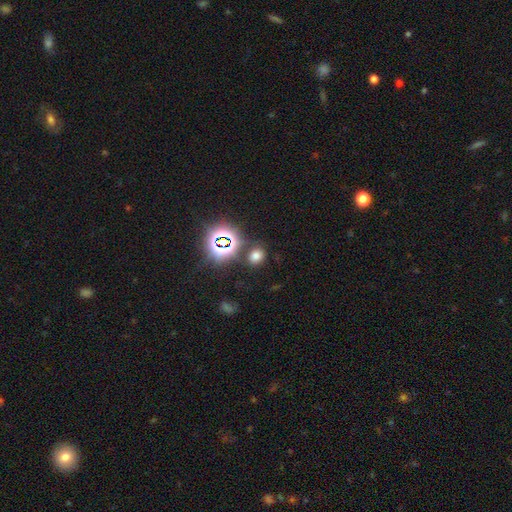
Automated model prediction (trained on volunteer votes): smooth_or_featured: smooth (p=0.65) [alt: star or artifact p=0.28]
how_rounded: round (p=0.57) [alt: in between p=0.42]
merging: none (p=0.82) [alt: minor disturbance p=0.09]